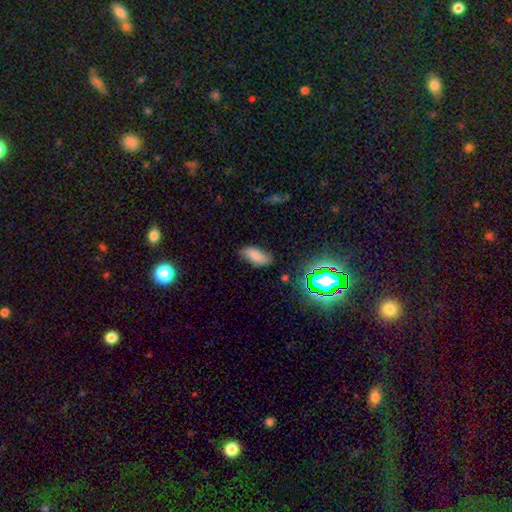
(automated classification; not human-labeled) Q: Smooth or featured?
A: smooth (74%); runner-up: featured or disk (13%)
Q: How rounded?
A: in between (85%); runner-up: cigar-shaped (12%)
Q: Merging?
A: none (78%); runner-up: minor disturbance (16%)